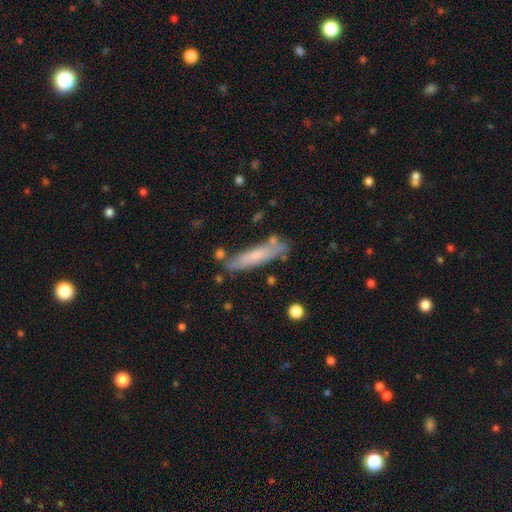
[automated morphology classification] Overall: smooth (56%; featured or disk 37%). How rounded: cigar-shaped (80%). Merging: none (67%).